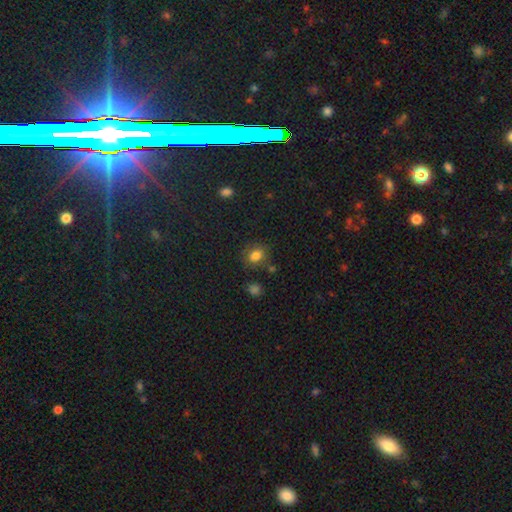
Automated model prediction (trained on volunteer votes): smooth_or_featured: smooth (p=0.80) [alt: star or artifact p=0.13]
how_rounded: in between (p=0.51) [alt: round p=0.48]
merging: none (p=0.74) [alt: minor disturbance p=0.15]